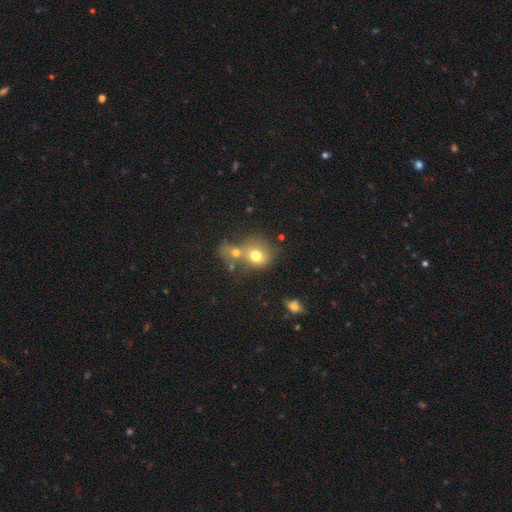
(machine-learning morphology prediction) This appears to be a smooth galaxy with no disk features (73%) that is round (73%). Merging: merger (51%).